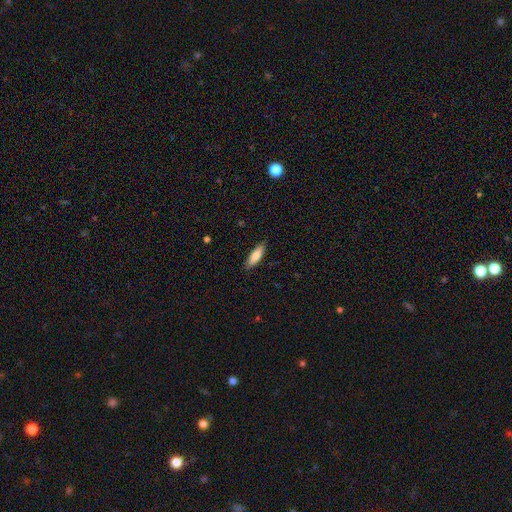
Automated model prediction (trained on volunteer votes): smooth-or-featured: smooth: 78% | featured or disk: 16% | star or artifact: 6%
  how-rounded: cigar-shaped: 51% | in between: 47% | round: 2%
  merging: none: 86% | minor disturbance: 11% | major disturbance: 2% | merger: 1%